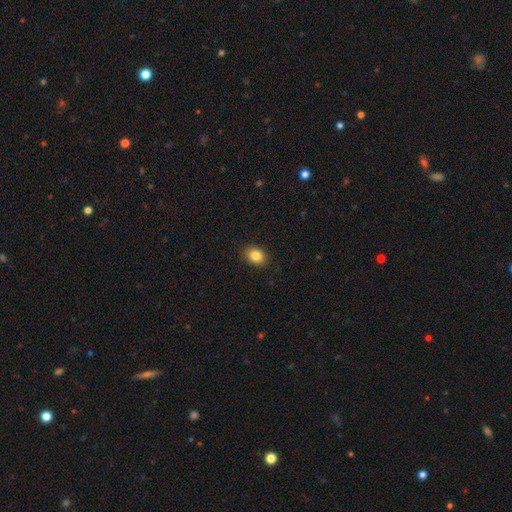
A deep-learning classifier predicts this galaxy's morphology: Smooth or featured? smooth (85%)
How rounded? in between (60%)
Merging? none (89%)